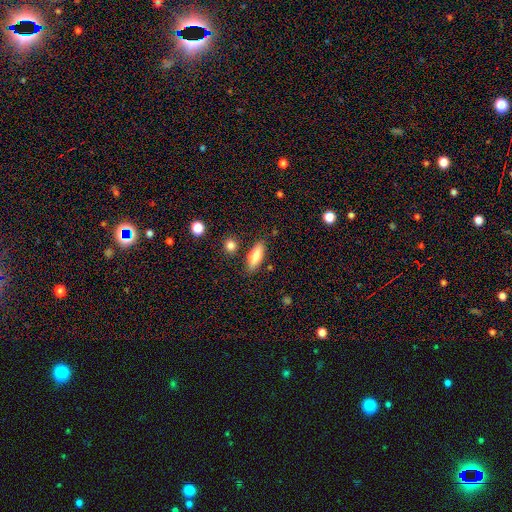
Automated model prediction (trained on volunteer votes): The model was most divided on "how rounded": in between: 64%, cigar-shaped: 33%, round: 3%. More confident: merging — none (79%); smooth or featured — smooth (75%).